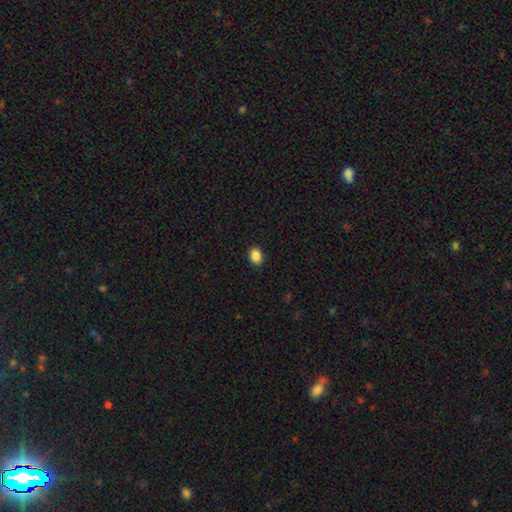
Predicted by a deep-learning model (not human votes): This is clearly a smooth galaxy (89%). How rounded: likely in between (65%). Merging: clearly none (90%).